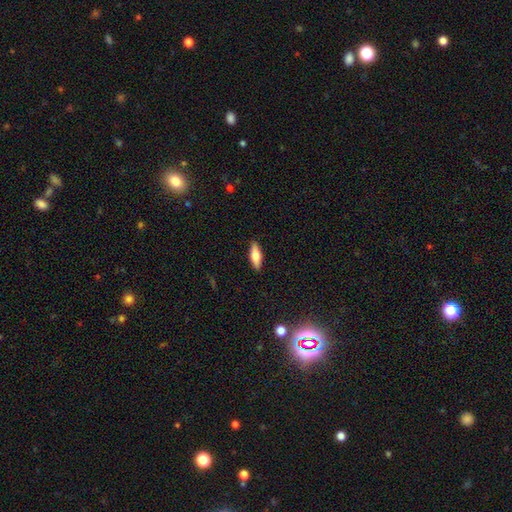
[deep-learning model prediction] Smooth or featured: smooth — 62% (featured or disk — 31%)
How rounded: in between — 54% (cigar-shaped — 44%)
Merging: none — 89% (minor disturbance — 8%)